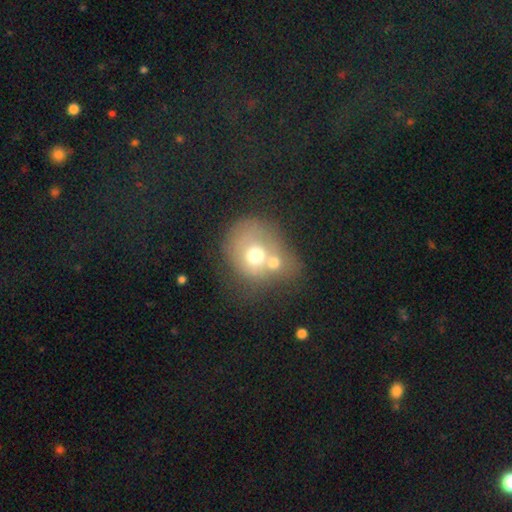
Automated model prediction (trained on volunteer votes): Smooth or featured? Predicted: smooth (p=0.59). How rounded? Predicted: round (p=0.69). Merging? Predicted: merger (p=0.57).